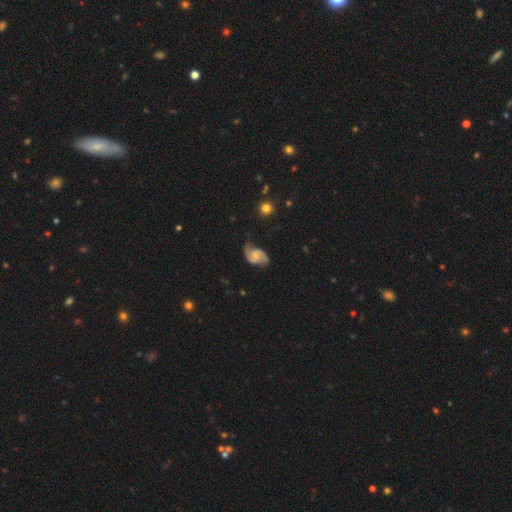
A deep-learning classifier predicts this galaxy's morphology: This is clearly a featured or disk galaxy (85%). It is clearly not viewed edge-on (98%). Bar: possibly no (53%). Spiral arm pattern: clearly yes (96%). Spiral arm count: clearly 2 (90%). Spiral winding: possibly medium (52%). Central bulge: possibly small (51%). Merging: likely none (66%).